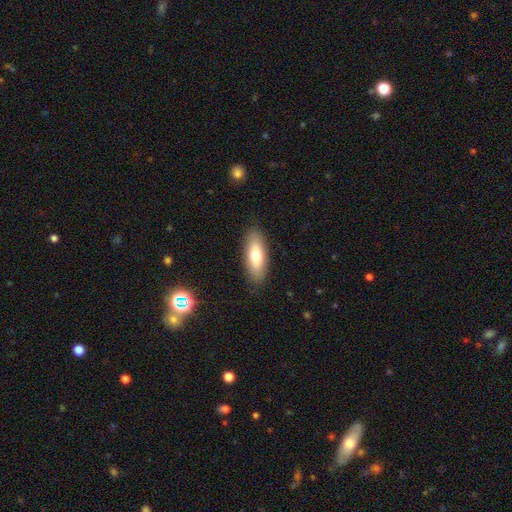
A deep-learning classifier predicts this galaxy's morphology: Q: Smooth or featured?
A: smooth (69%); runner-up: featured or disk (24%)
Q: How rounded?
A: in between (71%); runner-up: cigar-shaped (27%)
Q: Merging?
A: none (87%); runner-up: minor disturbance (10%)